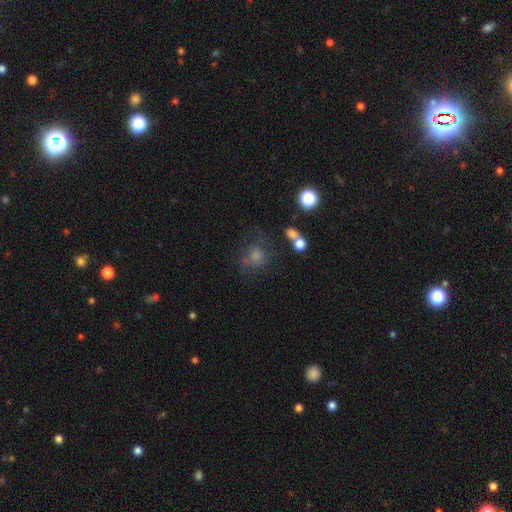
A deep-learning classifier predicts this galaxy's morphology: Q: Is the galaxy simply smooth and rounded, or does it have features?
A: smooth — 47%.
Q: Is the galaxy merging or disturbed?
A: none — 59%.